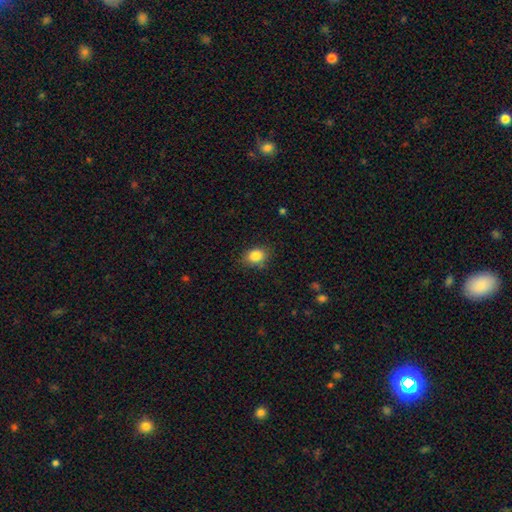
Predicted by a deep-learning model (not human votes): A smooth galaxy with no disk features (86%) that is in between round and cigar-shaped (62%). Merging: none (80%).